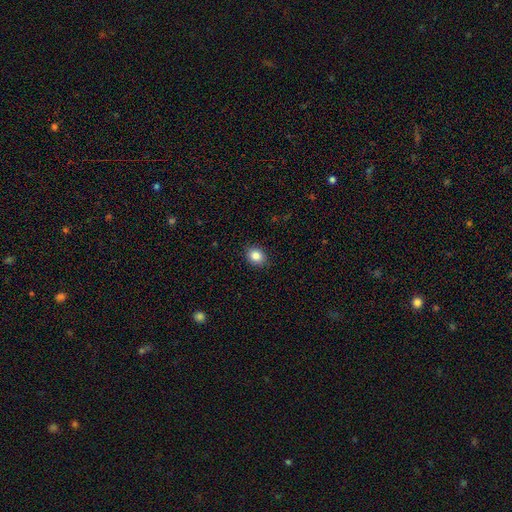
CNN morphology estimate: smooth 85%, star or artifact 10%, featured or disk 5%. Down the decision tree: how rounded — round (58%); merging — none (89%).